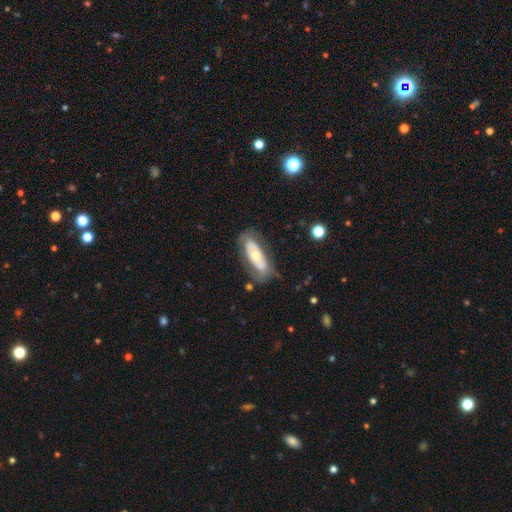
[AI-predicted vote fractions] A featured or disk galaxy (51%).

Vote fractions:
- Smooth or featured? featured or disk: 51% / smooth: 44% / star or artifact: 6%
- Edge-on disk? no: 81% / yes: 19%
- Merging? none: 69% / minor disturbance: 20% / major disturbance: 9% / merger: 2%